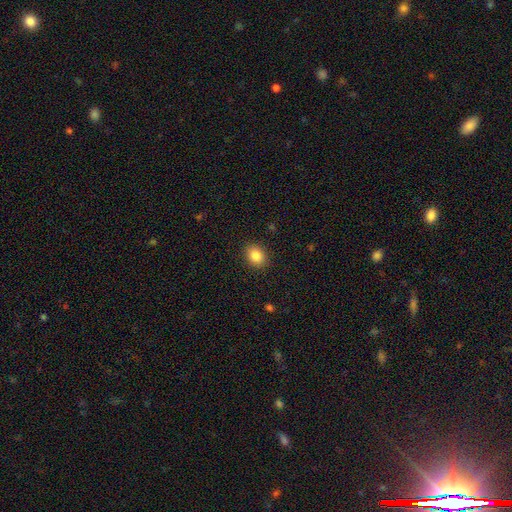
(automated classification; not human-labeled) Overall: smooth (85%). How rounded: in between (52%; round 47%). Merging: none (90%).